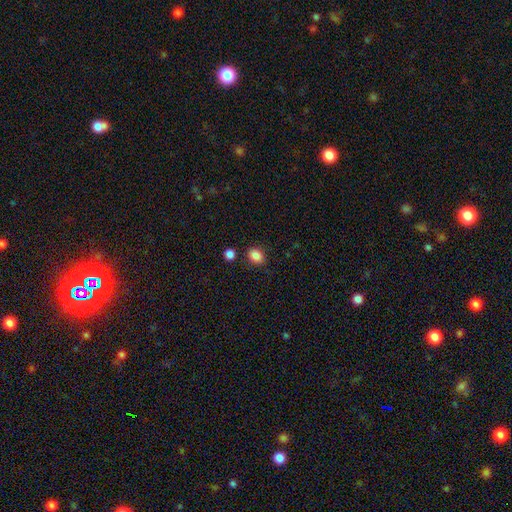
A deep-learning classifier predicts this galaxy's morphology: Smooth or featured? smooth (87%)
How rounded? in between (59%)
Merging? none (83%)